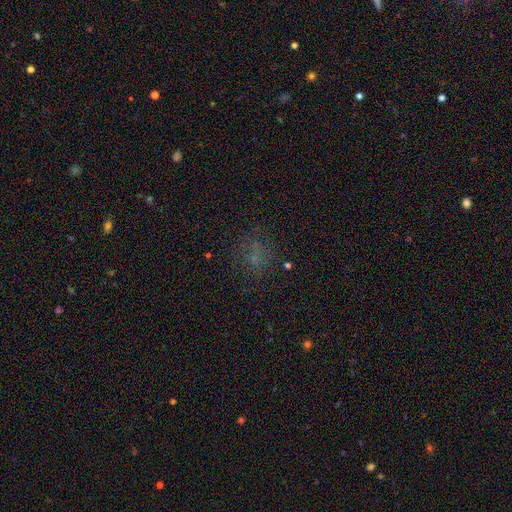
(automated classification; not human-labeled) A smooth galaxy with no disk features (51%) that is round (64%).

Vote fractions:
- Smooth or featured? smooth: 51% / star or artifact: 32% / featured or disk: 17%
- How rounded? round: 64% / in between: 34% / cigar-shaped: 2%
- Merging? none: 70% / minor disturbance: 16% / major disturbance: 12% / merger: 3%